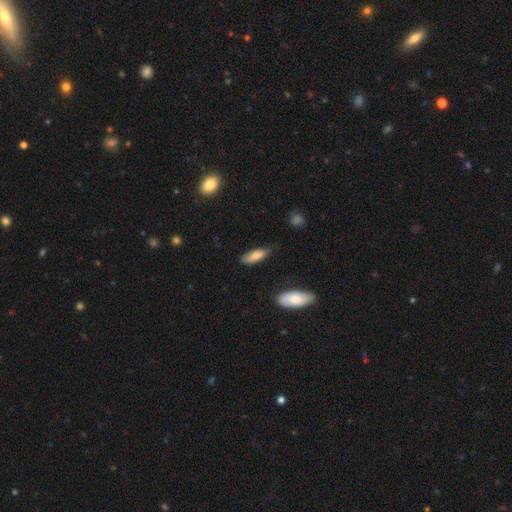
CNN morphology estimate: Q: Smooth or featured?
A: smooth (81%); runner-up: featured or disk (13%)
Q: How rounded?
A: in between (55%); runner-up: cigar-shaped (43%)
Q: Merging?
A: none (73%); runner-up: minor disturbance (21%)